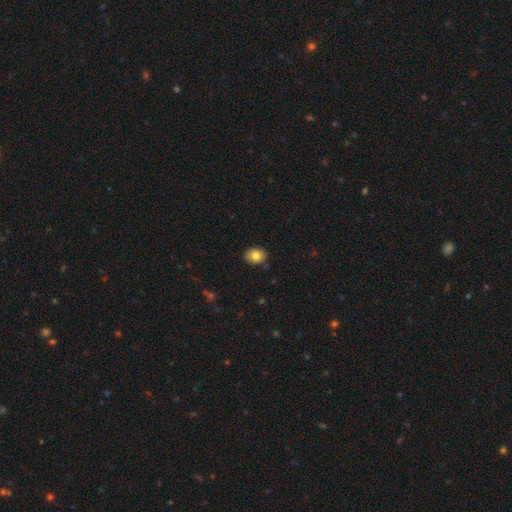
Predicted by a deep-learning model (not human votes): Morphology: type=smooth (82%); roundness=round (53%); merging=none (89%).